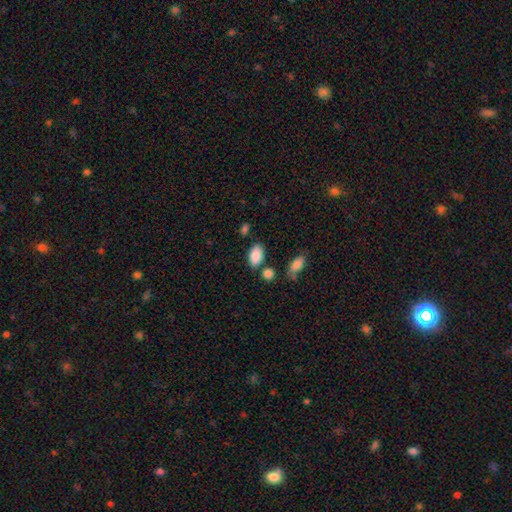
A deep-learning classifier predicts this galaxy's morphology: type=smooth (88%); roundness=in between (92%); merging=none (74%).